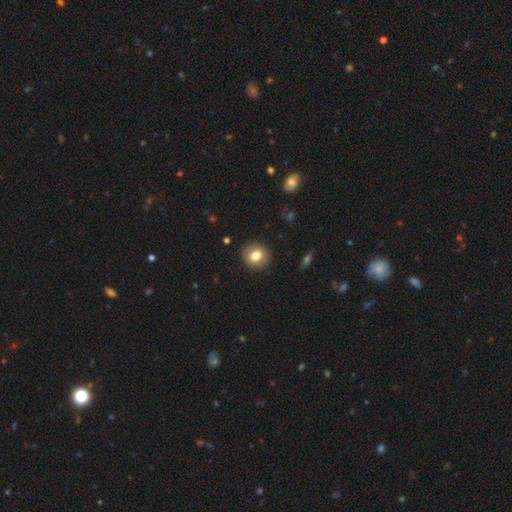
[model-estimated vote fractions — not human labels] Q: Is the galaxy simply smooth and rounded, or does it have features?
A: smooth — 79%.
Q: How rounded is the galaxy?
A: round — 76%.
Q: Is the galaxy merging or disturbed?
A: none — 89%.